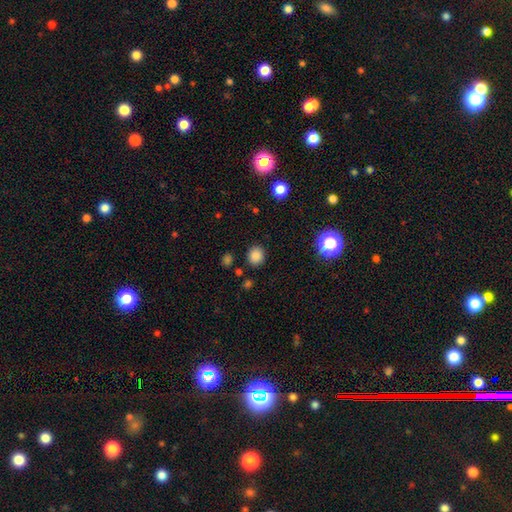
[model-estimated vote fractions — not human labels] smooth 83%, star or artifact 13%, featured or disk 4%. Down the decision tree: how rounded — round (83%); merging — none (87%).